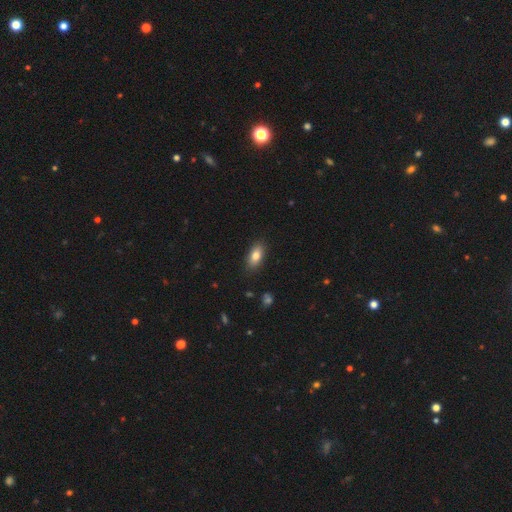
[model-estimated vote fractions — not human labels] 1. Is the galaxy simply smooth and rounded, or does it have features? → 80% smooth, 12% featured or disk, 8% star or artifact.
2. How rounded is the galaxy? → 87% in between, 8% cigar-shaped, 5% round.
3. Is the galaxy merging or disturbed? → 87% none, 10% minor disturbance, 2% major disturbance, 1% merger.